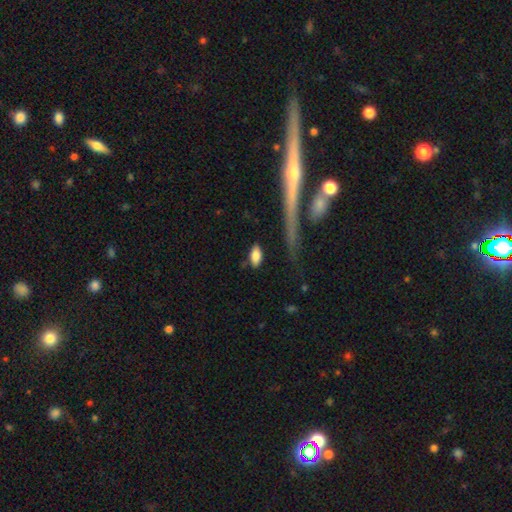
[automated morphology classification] type=smooth (83%); roundness=in between (89%); merging=none (81%).